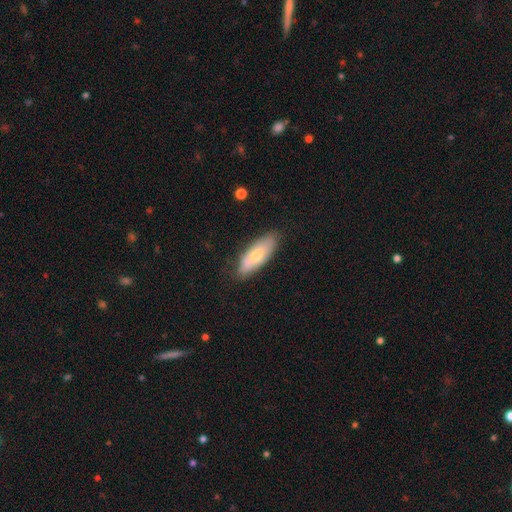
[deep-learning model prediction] A smooth galaxy with no disk features (60%) that is in between round and cigar-shaped (72%).

Vote fractions:
- Smooth or featured? smooth: 60% / featured or disk: 34% / star or artifact: 6%
- How rounded? in between: 72% / cigar-shaped: 25% / round: 2%
- Merging? none: 78% / minor disturbance: 17% / major disturbance: 3% / merger: 2%